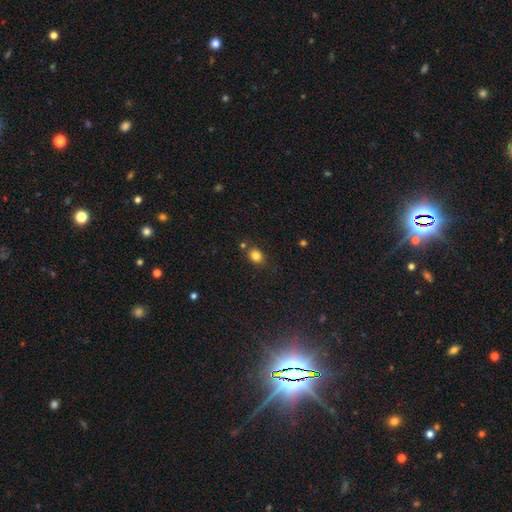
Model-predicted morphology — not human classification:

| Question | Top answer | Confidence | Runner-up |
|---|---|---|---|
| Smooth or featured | smooth | 82% | star or artifact (12%) |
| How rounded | round | 54% | in between (45%) |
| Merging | none | 77% | minor disturbance (12%) |